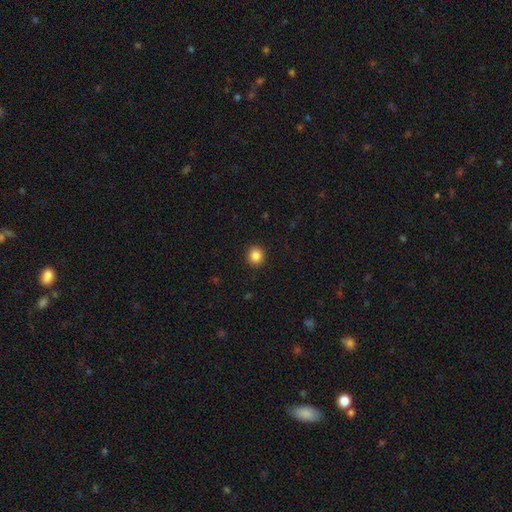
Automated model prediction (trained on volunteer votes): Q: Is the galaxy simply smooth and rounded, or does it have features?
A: smooth — 86%.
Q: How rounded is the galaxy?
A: round — 89%.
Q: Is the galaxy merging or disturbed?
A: none — 92%.